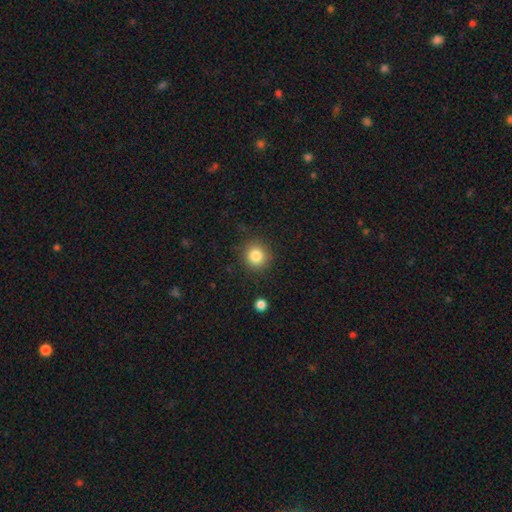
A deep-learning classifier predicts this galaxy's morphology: A smooth galaxy with no disk features (84%) that is round (91%). Merging: none (87%).